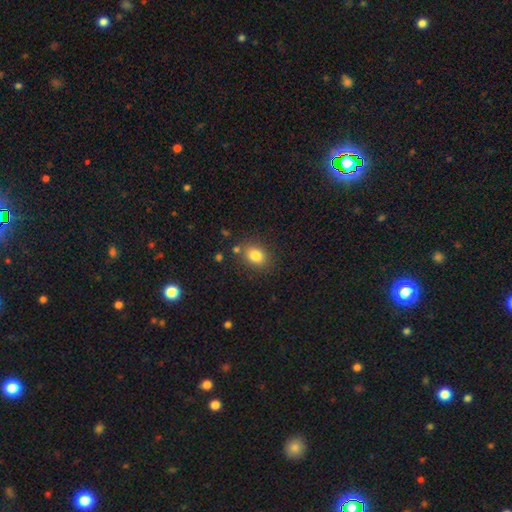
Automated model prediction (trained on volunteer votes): smooth 82%, star or artifact 10%, featured or disk 7%. Down the decision tree: how rounded — in between (61%); merging — none (80%).